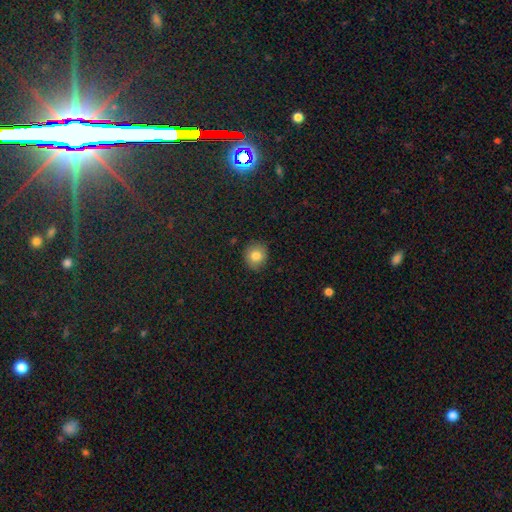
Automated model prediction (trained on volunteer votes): Smooth or featured? Predicted: smooth (p=0.81). How rounded? Predicted: round (p=0.84). Merging? Predicted: none (p=0.86).